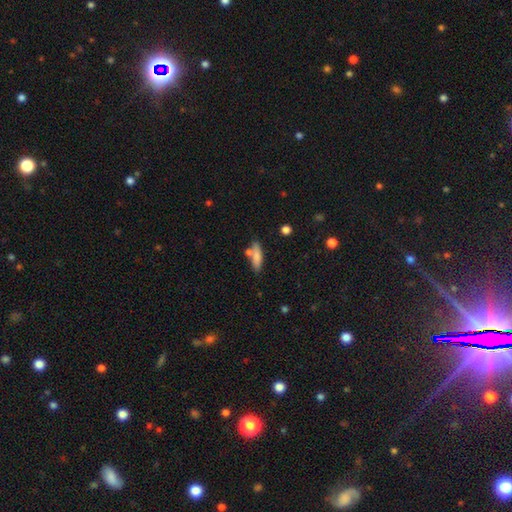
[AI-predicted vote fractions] Q: Smooth or featured?
A: smooth (78%); runner-up: featured or disk (14%)
Q: How rounded?
A: cigar-shaped (57%); runner-up: in between (41%)
Q: Merging?
A: none (66%); runner-up: minor disturbance (15%)